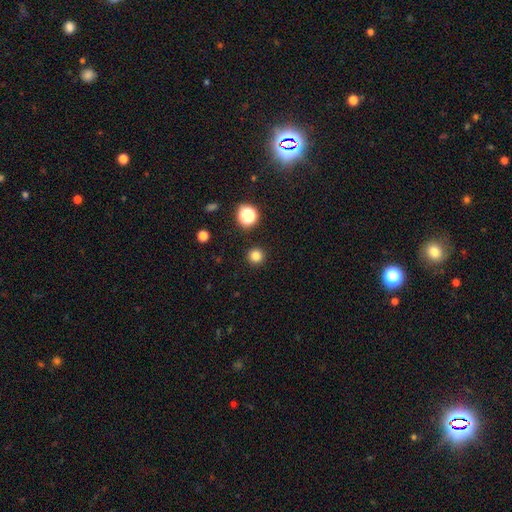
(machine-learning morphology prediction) This is clearly a smooth galaxy (81%). How rounded: clearly round (95%). Merging: clearly none (92%).